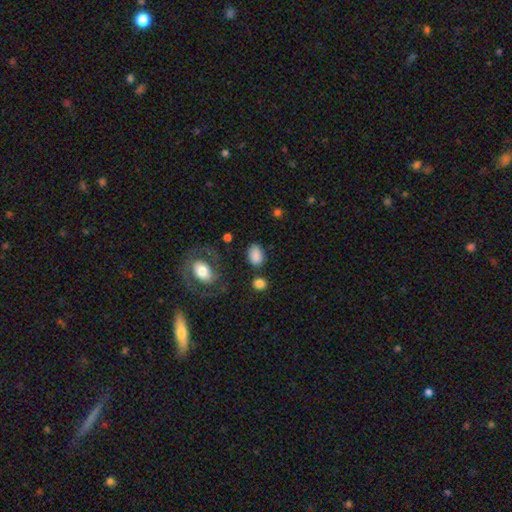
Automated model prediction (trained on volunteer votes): This is clearly a smooth galaxy (85%). How rounded: likely in between (80%). Merging: likely none (74%).